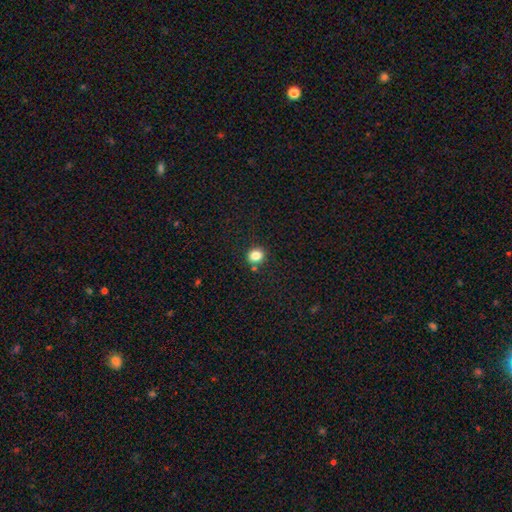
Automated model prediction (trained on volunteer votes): Smooth or featured? smooth (84%)
How rounded? round (76%)
Merging? none (82%)